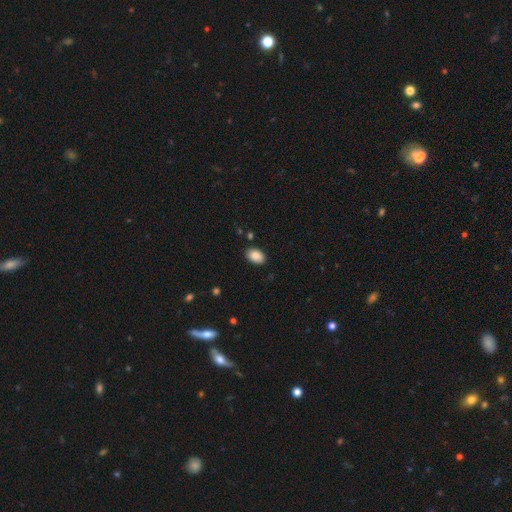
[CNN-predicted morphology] smooth_or_featured: smooth (p=0.88) [alt: star or artifact p=0.08]
how_rounded: in between (p=0.88) [alt: round p=0.11]
merging: none (p=0.87) [alt: minor disturbance p=0.09]